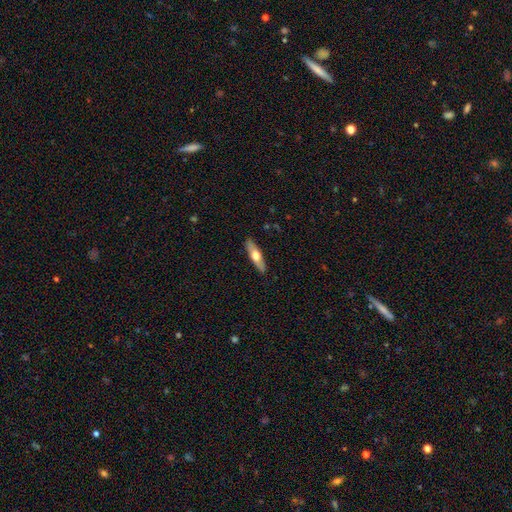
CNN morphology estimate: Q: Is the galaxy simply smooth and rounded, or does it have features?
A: smooth — 54%.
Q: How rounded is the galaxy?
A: cigar-shaped — 58%.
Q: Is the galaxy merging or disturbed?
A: none — 89%.